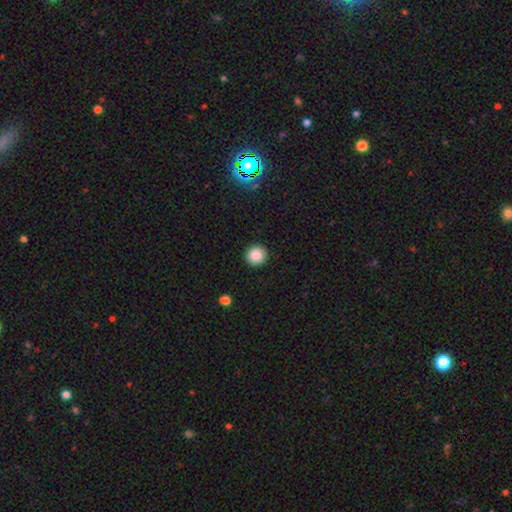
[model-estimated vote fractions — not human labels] Q: Smooth or featured?
A: smooth (86%); runner-up: star or artifact (9%)
Q: How rounded?
A: round (94%); runner-up: in between (5%)
Q: Merging?
A: none (93%); runner-up: minor disturbance (5%)